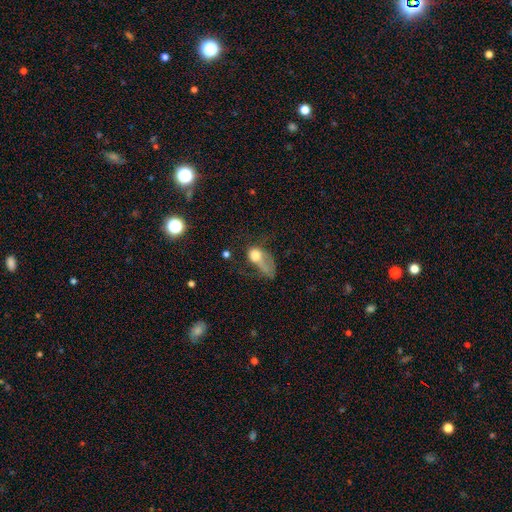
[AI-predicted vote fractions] This is likely a smooth galaxy (62%). How rounded: likely in between (68%). Merging: possibly major disturbance (59%).